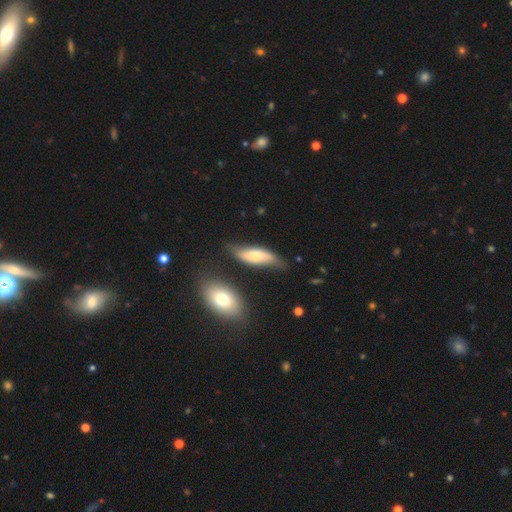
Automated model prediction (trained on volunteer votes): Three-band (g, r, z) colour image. It shows a smooth galaxy with no disk features (55%) that is in between round and cigar-shaped (63%). Merging: none (59%).